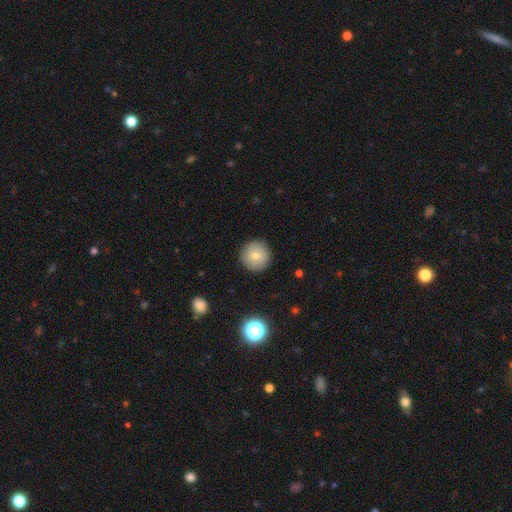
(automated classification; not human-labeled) Smooth or featured: smooth — 74% (featured or disk — 16%)
How rounded: round — 96% (in between — 3%)
Merging: none — 90% (minor disturbance — 7%)